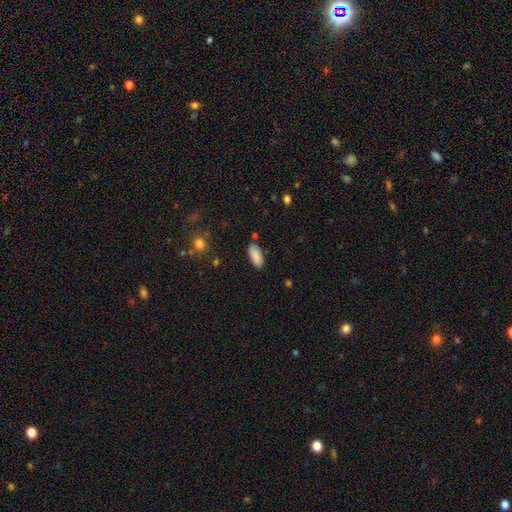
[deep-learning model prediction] Smooth or featured?
  - smooth: 88% *
  - star or artifact: 7%
  - featured or disk: 5%
How rounded?
  - in between: 85% *
  - cigar-shaped: 13%
  - round: 2%
Merging?
  - none: 84% *
  - minor disturbance: 11%
  - merger: 3%
  - major disturbance: 2%